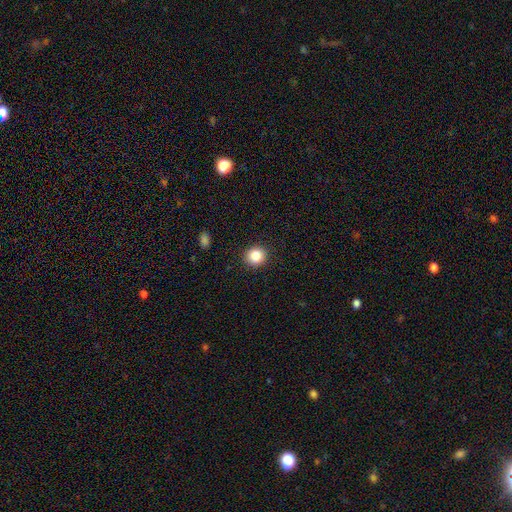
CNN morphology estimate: A smooth galaxy with no disk features (86%) that is round (87%).

Vote fractions:
- Smooth or featured? smooth: 86% / star or artifact: 9% / featured or disk: 4%
- How rounded? round: 87% / in between: 12% / cigar-shaped: 1%
- Merging? none: 91% / minor disturbance: 6% / major disturbance: 2% / merger: 1%